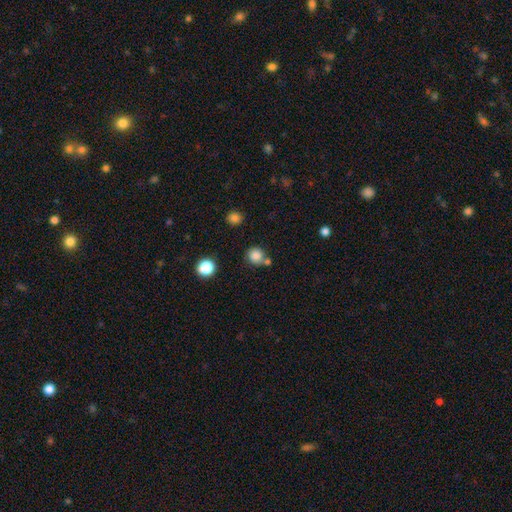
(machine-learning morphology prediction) This is clearly a smooth galaxy (83%). How rounded: clearly round (89%). Merging: likely none (65%).